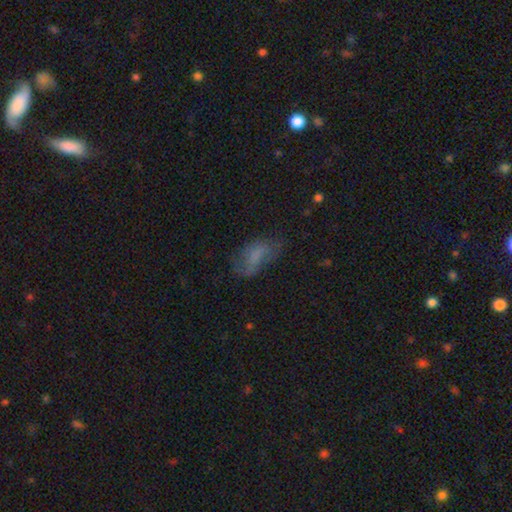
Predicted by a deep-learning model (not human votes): The model was most divided on "merging": none: 48%, minor disturbance: 28%, major disturbance: 22%, merger: 3%. More confident: how rounded — in between (87%); smooth or featured — smooth (58%).